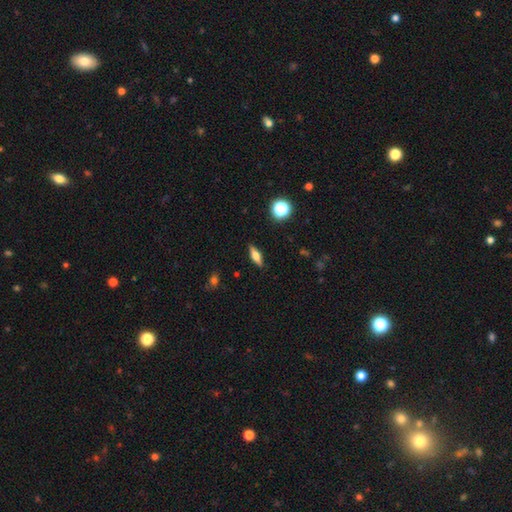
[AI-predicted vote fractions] This appears to be a smooth galaxy with no disk features (50%). Merging: none (88%).